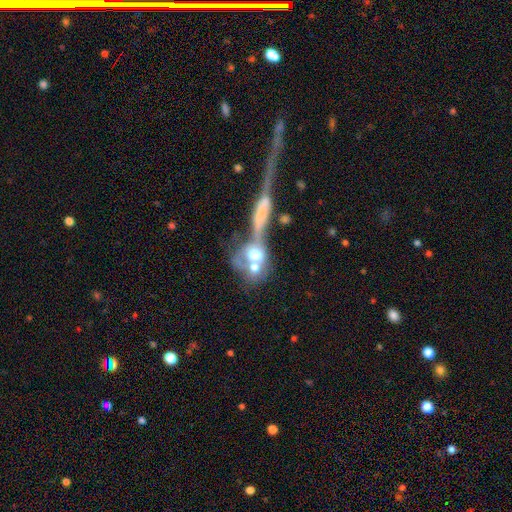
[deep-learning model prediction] smooth-or-featured: smooth: 53% | featured or disk: 35% | star or artifact: 13%
  how-rounded: round: 53% | in between: 39% | cigar-shaped: 8%
  merging: merger: 62% | none: 18% | major disturbance: 13% | minor disturbance: 8%